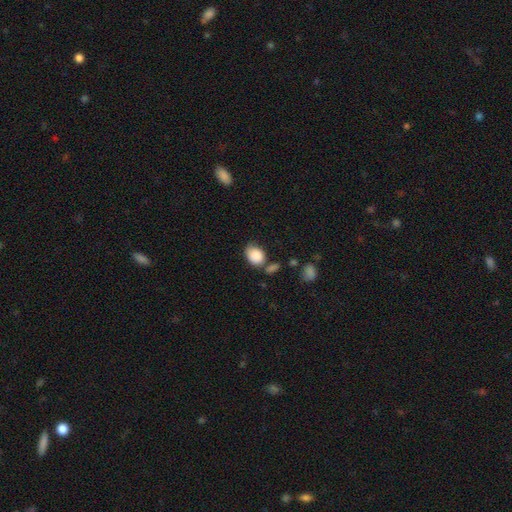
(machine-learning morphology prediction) Smooth or featured: smooth — 86% (star or artifact — 8%)
How rounded: in between — 64% (round — 35%)
Merging: none — 52% (minor disturbance — 27%)